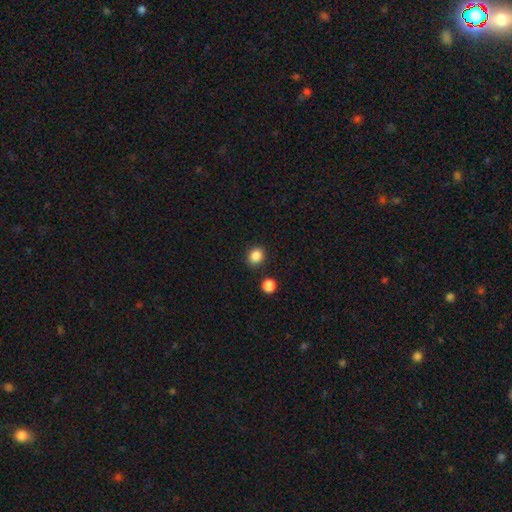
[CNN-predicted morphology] Smooth or featured: smooth — 86% (star or artifact — 10%)
How rounded: round — 74% (in between — 25%)
Merging: none — 87% (minor disturbance — 7%)